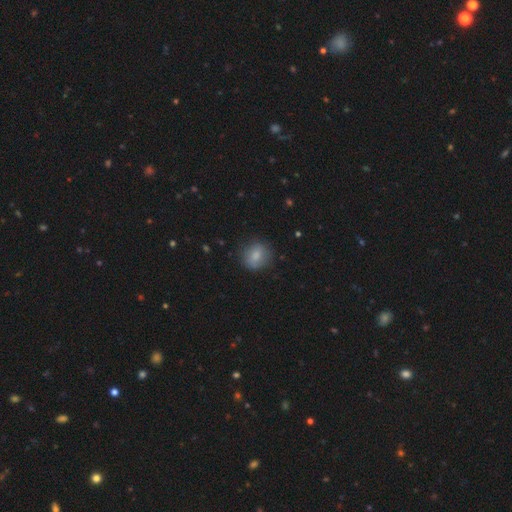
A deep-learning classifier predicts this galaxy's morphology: The model was most divided on "how rounded": round: 74%, in between: 25%, cigar-shaped: 1%. More confident: smooth or featured — smooth (81%); merging — none (78%).